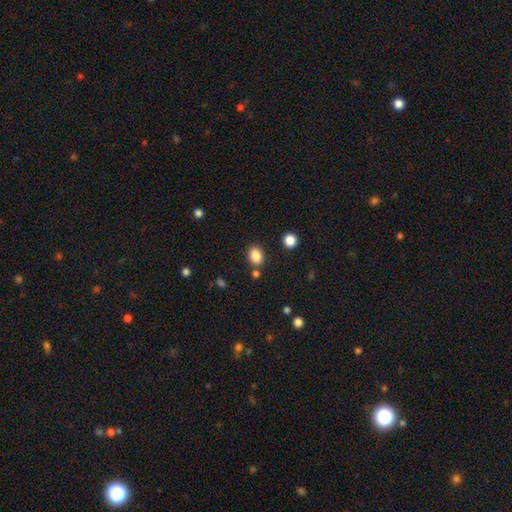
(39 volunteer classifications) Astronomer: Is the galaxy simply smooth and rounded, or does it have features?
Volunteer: smooth — 95%.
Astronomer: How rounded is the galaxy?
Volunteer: in between — 59% (runner-up: round, 41%).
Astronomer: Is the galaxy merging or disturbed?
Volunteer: none — 65%.